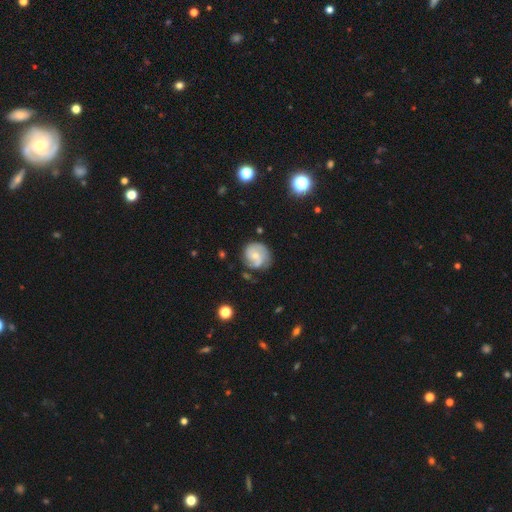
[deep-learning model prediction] Smooth or featured? featured or disk (71%)
Edge-on disk? no (98%)
Bar? no (61%)
Spiral arms? yes (92%)
Spiral winding? medium (42%)
Spiral arm count? 2 (60%)
Bulge size? small (56%)
Merging? none (67%)